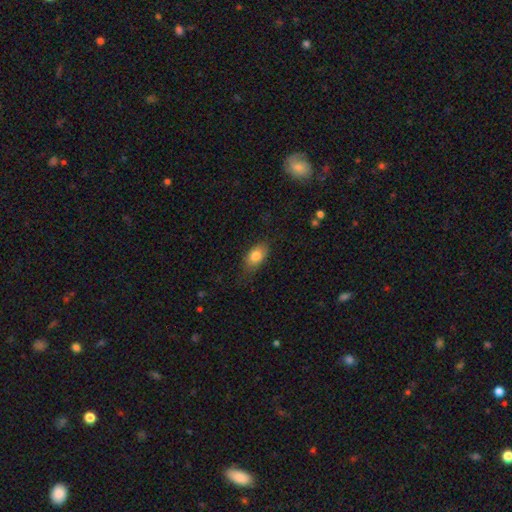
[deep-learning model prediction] Q: Smooth or featured?
A: smooth (81%); runner-up: featured or disk (11%)
Q: How rounded?
A: in between (86%); runner-up: round (11%)
Q: Merging?
A: none (70%); runner-up: minor disturbance (23%)